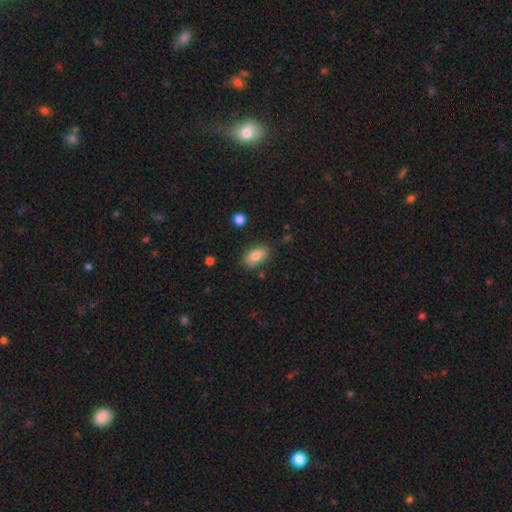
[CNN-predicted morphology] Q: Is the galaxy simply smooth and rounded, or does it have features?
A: smooth — 81%.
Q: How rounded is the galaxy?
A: in between — 89%.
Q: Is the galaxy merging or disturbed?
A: none — 80%.